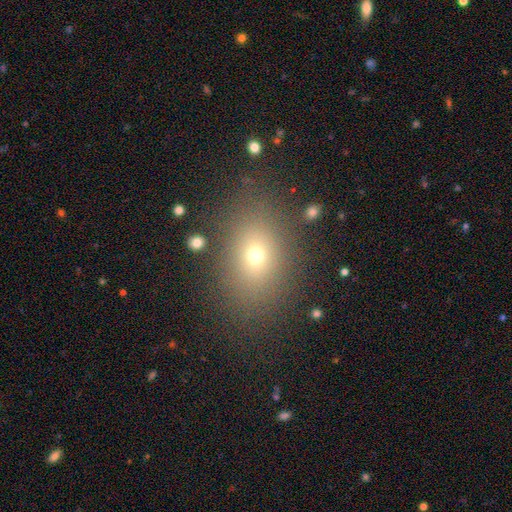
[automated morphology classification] A smooth galaxy with no disk features (65%) that is in between round and cigar-shaped (69%). Merging: none (84%).